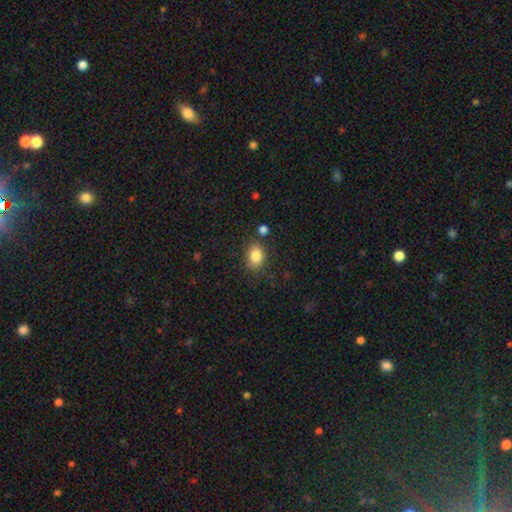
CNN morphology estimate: A smooth galaxy with no disk features (84%) that is in between round and cigar-shaped (72%). Merging: none (77%).